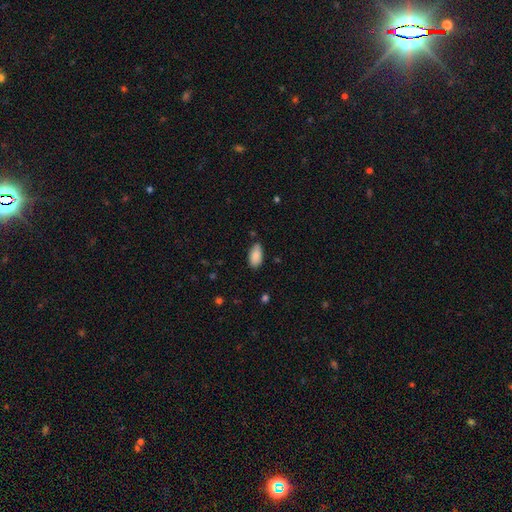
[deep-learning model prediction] Morphology: type=smooth (88%); roundness=in between (94%); merging=none (78%).